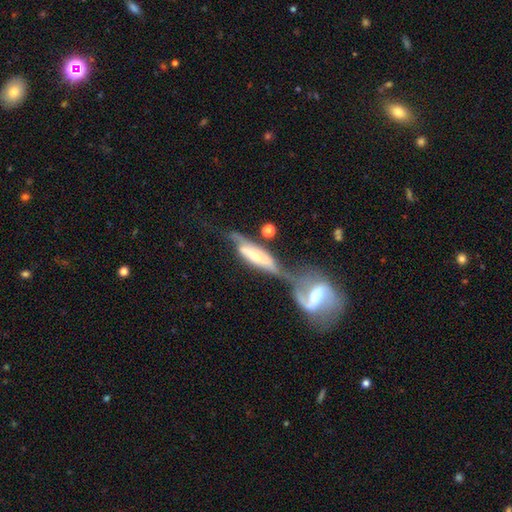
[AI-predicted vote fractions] Smooth or featured? Predicted: featured or disk (p=0.65). Edge-on disk? Predicted: no (p=0.55). Merging? Predicted: merger (p=0.56).